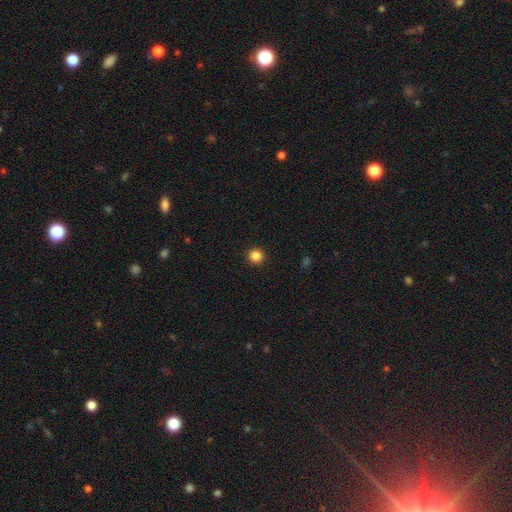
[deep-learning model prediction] smooth 86%, star or artifact 11%, featured or disk 3%. Down the decision tree: how rounded — round (95%); merging — none (93%).